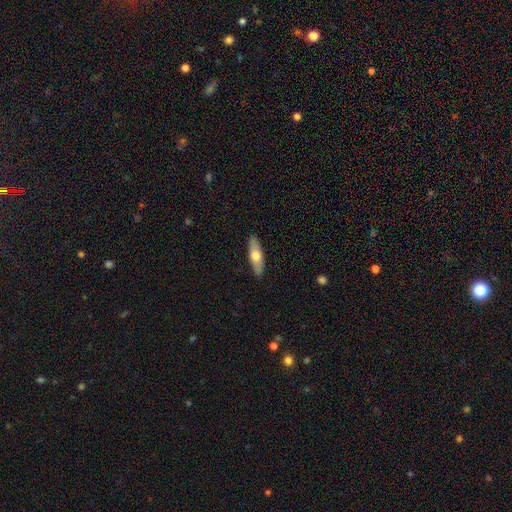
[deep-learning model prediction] This is possibly a smooth galaxy (59%). How rounded: possibly in between (50%). Merging: clearly none (89%).